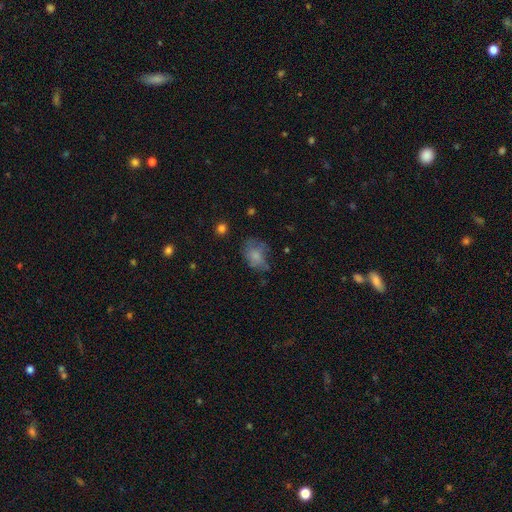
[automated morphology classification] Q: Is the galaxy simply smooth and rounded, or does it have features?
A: smooth — 66%.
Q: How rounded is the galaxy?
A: in between — 73%.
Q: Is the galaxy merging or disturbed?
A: none — 42%.